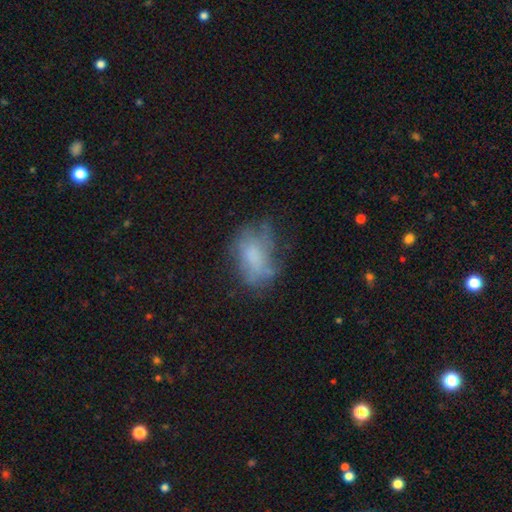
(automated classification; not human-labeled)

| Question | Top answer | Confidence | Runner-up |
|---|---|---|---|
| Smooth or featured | smooth | 55% | featured or disk (31%) |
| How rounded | in between | 82% | round (16%) |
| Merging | none | 52% | minor disturbance (27%) |